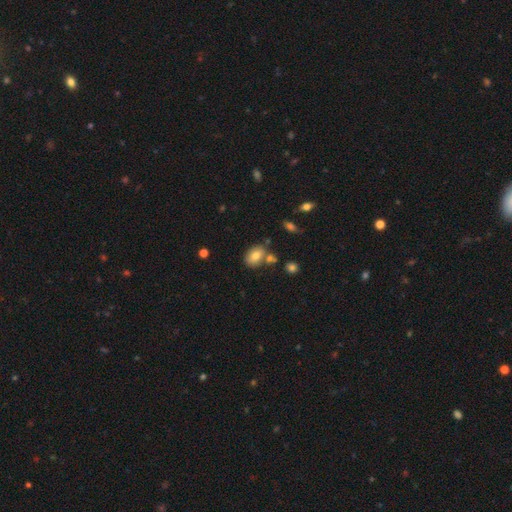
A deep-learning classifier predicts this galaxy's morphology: smooth 79%, featured or disk 12%, star or artifact 9%. Down the decision tree: how rounded — in between (77%); merging — none (66%).